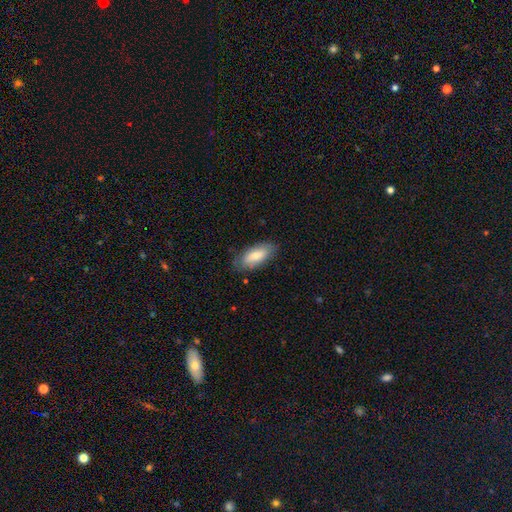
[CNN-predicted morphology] The model was most divided on "smooth or featured": smooth: 72%, featured or disk: 22%, star or artifact: 6%. More confident: how rounded — in between (86%); merging — none (78%).